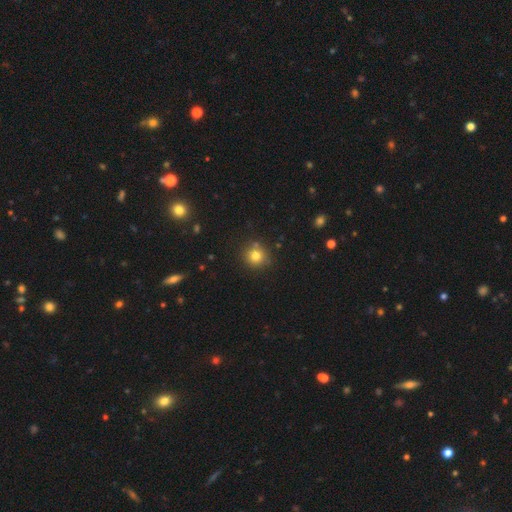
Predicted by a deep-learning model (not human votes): Smooth or featured? smooth (79%)
How rounded? round (90%)
Merging? none (81%)